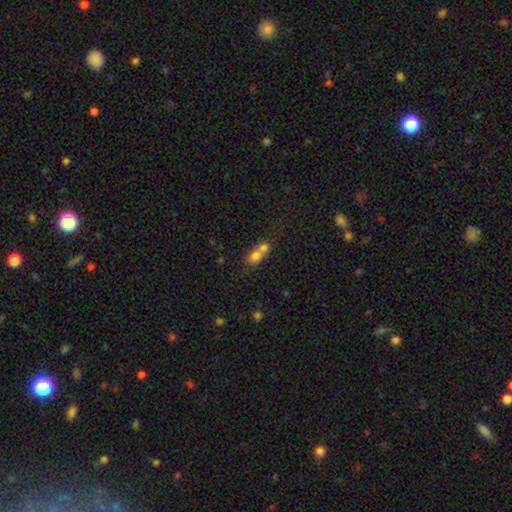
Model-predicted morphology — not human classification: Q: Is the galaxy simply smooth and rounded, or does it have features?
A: smooth — 72%.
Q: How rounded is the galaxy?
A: in between — 53%.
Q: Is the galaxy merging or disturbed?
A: merger — 70%.